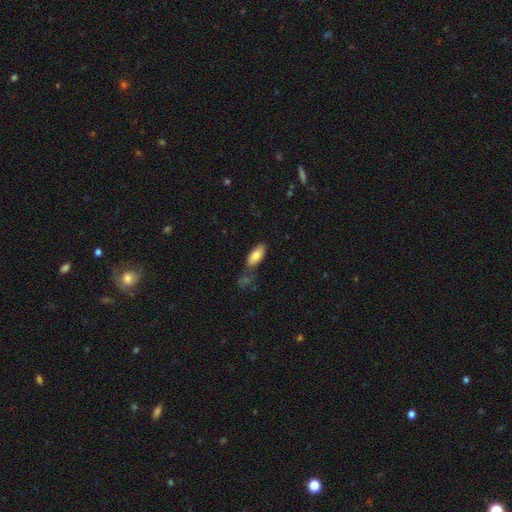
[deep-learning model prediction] This is clearly a smooth galaxy (80%). How rounded: clearly in between (84%). Merging: likely none (62%).